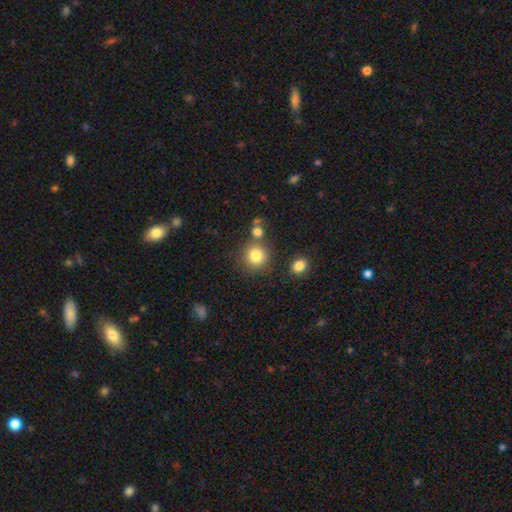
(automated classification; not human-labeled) A smooth galaxy with no disk features (81%) that is round (90%).

Vote fractions:
- Smooth or featured? smooth: 81% / star or artifact: 12% / featured or disk: 7%
- How rounded? round: 90% / in between: 9% / cigar-shaped: 1%
- Merging? none: 73% / merger: 13% / minor disturbance: 9% / major disturbance: 4%